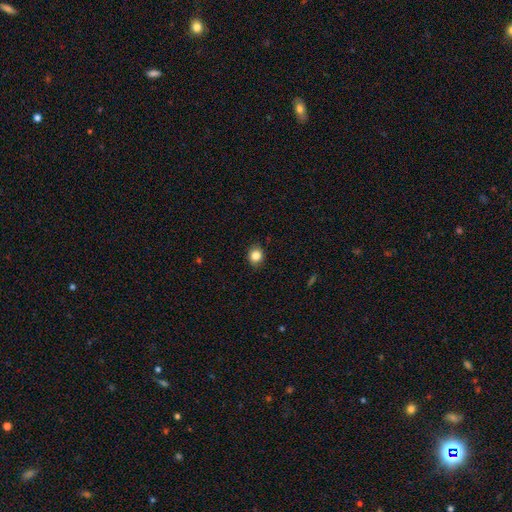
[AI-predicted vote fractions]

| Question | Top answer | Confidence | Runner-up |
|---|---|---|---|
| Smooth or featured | smooth | 84% | star or artifact (10%) |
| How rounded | round | 71% | in between (28%) |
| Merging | none | 88% | minor disturbance (9%) |